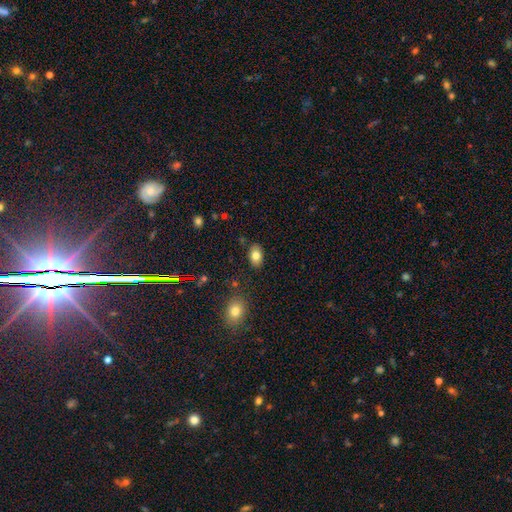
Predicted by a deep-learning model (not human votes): Q: Smooth or featured?
A: smooth (80%); runner-up: featured or disk (11%)
Q: How rounded?
A: in between (87%); runner-up: round (12%)
Q: Merging?
A: none (84%); runner-up: minor disturbance (11%)